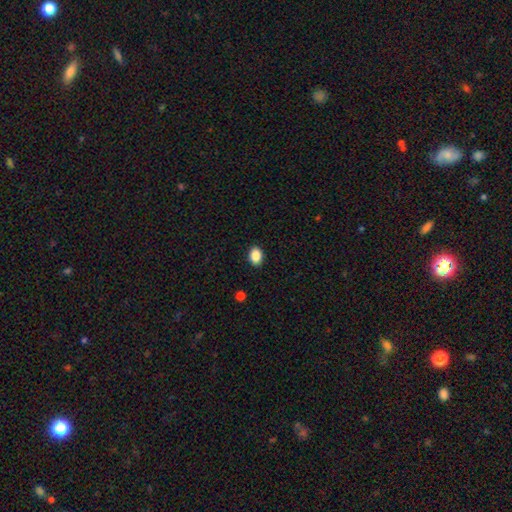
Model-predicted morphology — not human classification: Smooth or featured: smooth — 88% (star or artifact — 8%)
How rounded: in between — 73% (round — 26%)
Merging: none — 90% (minor disturbance — 7%)